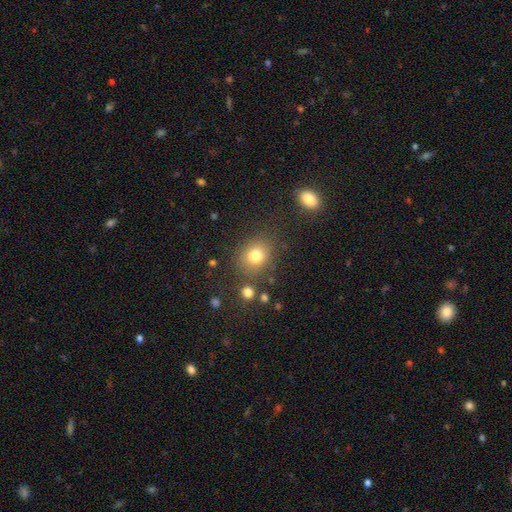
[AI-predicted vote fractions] smooth 77%, star or artifact 14%, featured or disk 8%. Down the decision tree: how rounded — round (68%); merging — none (79%).